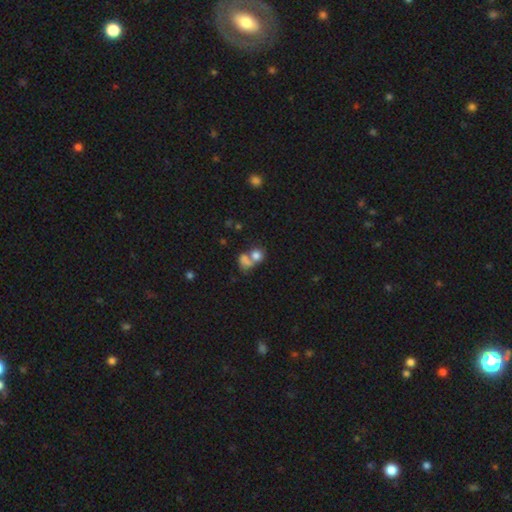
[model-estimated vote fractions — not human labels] Smooth or featured? smooth (74%)
How rounded? round (55%)
Merging? merger (60%)